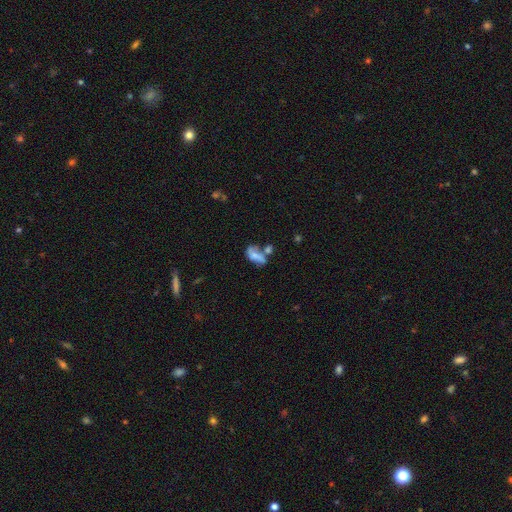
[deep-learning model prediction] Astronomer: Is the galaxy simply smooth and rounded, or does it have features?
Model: smooth — 55% (runner-up: featured or disk, 34%).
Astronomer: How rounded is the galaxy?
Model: in between — 83%.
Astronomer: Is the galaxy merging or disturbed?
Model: merger — 38% (runner-up: none, 29%).